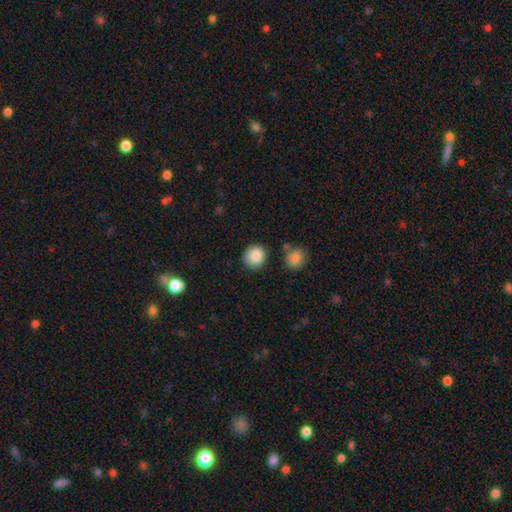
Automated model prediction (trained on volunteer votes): Q: Smooth or featured?
A: smooth (87%); runner-up: star or artifact (8%)
Q: How rounded?
A: round (86%); runner-up: in between (13%)
Q: Merging?
A: none (82%); runner-up: minor disturbance (11%)